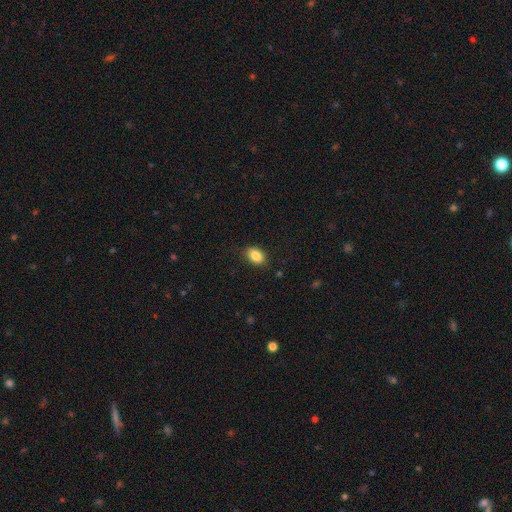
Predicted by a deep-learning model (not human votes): Morphology: type=smooth (87%); roundness=in between (83%); merging=none (85%).